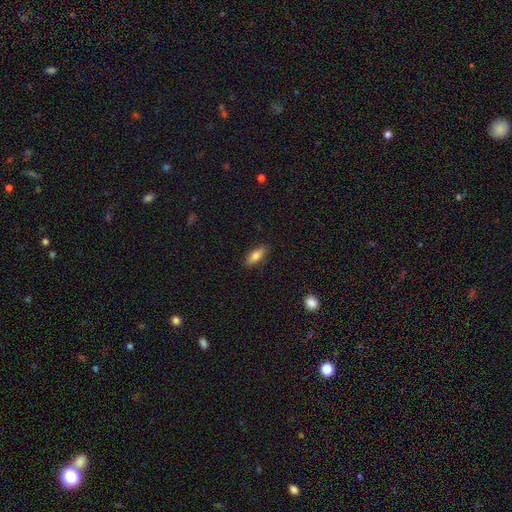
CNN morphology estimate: A smooth galaxy with no disk features (78%) that is in between round and cigar-shaped (72%). Merging: none (87%).